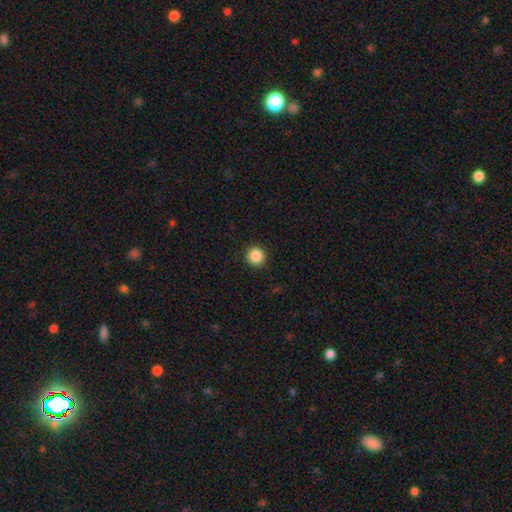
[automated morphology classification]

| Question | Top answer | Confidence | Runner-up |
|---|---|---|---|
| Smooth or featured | smooth | 87% | star or artifact (10%) |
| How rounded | round | 94% | in between (5%) |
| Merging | none | 92% | minor disturbance (5%) |